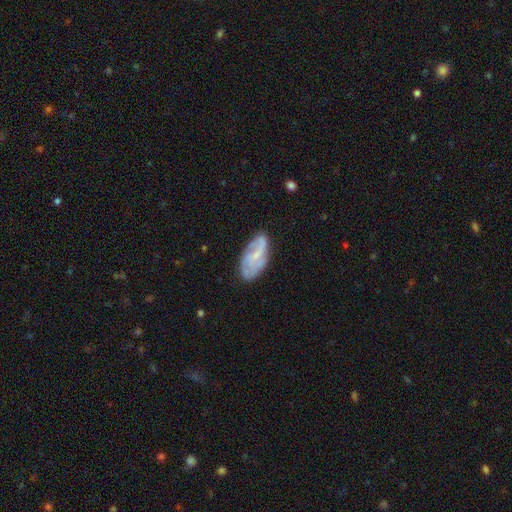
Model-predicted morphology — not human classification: Smooth or featured: featured or disk — 62% (smooth — 31%)
Edge-on disk: no — 93% (yes — 7%)
Bar: no — 51% (weak — 40%)
Spiral arms: yes — 79% (no — 21%)
Bulge size: small — 65% (moderate — 20%)
Merging: none — 69% (minor disturbance — 22%)